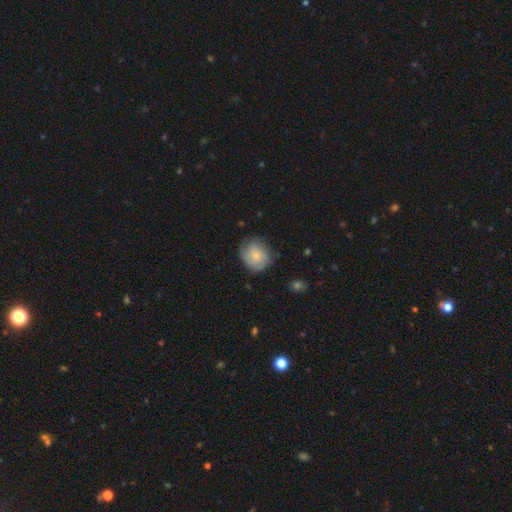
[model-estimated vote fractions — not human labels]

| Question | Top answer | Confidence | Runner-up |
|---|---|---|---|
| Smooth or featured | smooth | 56% | featured or disk (37%) |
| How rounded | round | 74% | in between (25%) |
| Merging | none | 66% | minor disturbance (25%) |